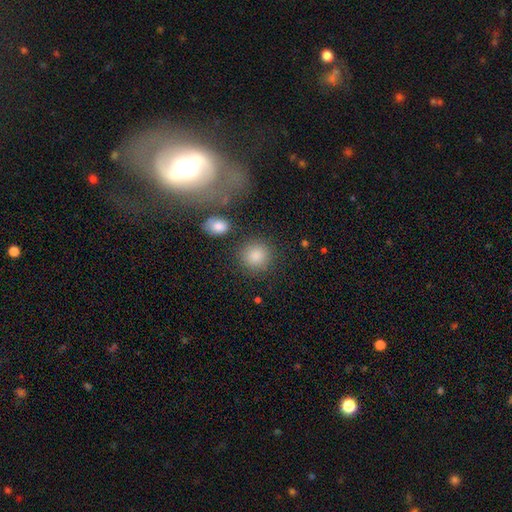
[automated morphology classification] Smooth or featured: smooth — 86% (star or artifact — 9%)
How rounded: round — 87% (in between — 11%)
Merging: none — 81% (minor disturbance — 9%)